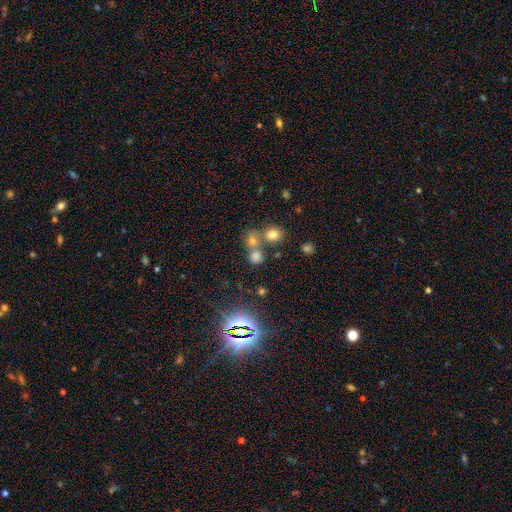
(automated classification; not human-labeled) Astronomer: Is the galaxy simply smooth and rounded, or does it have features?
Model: smooth — 67%.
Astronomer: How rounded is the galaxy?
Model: round — 77%.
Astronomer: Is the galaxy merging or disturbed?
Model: none — 49% (runner-up: merger, 40%).